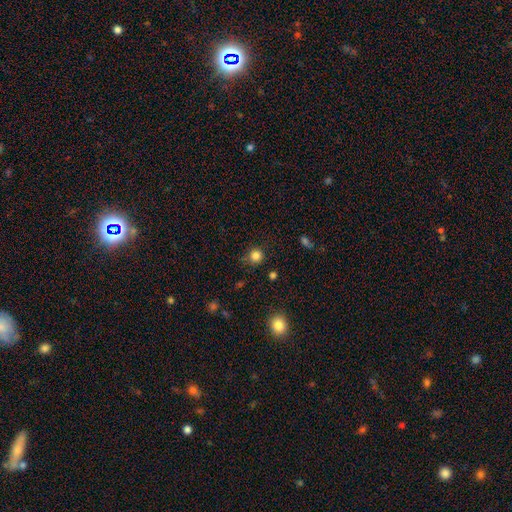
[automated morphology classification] Smooth or featured? smooth (82%)
How rounded? round (93%)
Merging? none (82%)